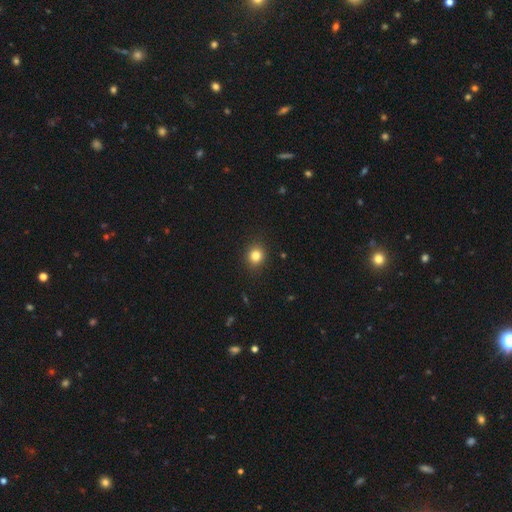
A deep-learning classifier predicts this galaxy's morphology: This appears to be a smooth galaxy with no disk features (82%) that is round (78%). Merging: none (90%).